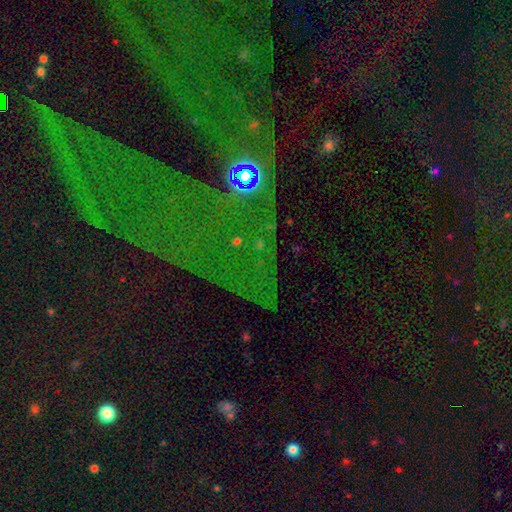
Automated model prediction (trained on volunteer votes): Morphology: type=star or artifact (73%).